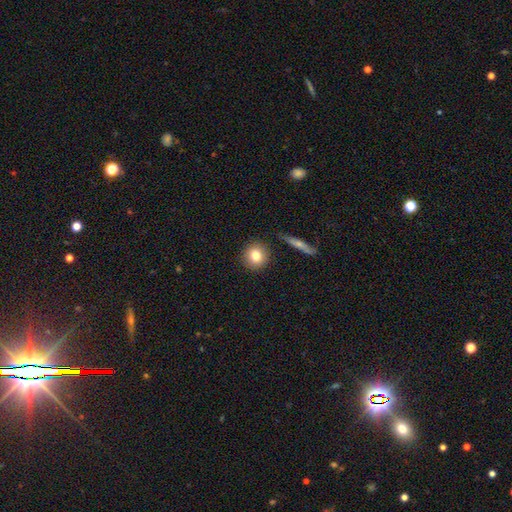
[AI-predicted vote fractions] This is likely a smooth galaxy (79%). How rounded: clearly round (91%). Merging: clearly none (88%).